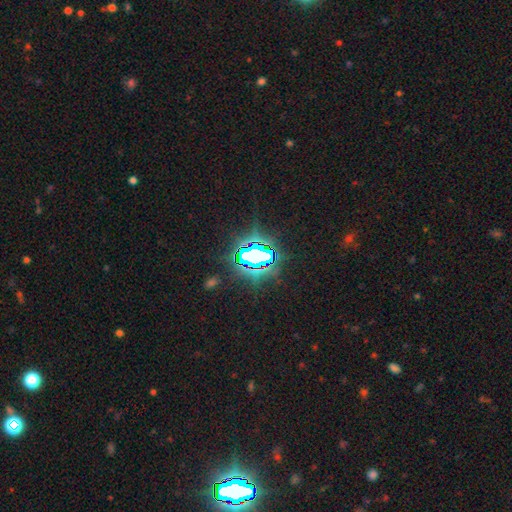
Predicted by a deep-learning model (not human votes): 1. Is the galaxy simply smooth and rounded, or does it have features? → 75% star or artifact, 14% smooth, 11% featured or disk.